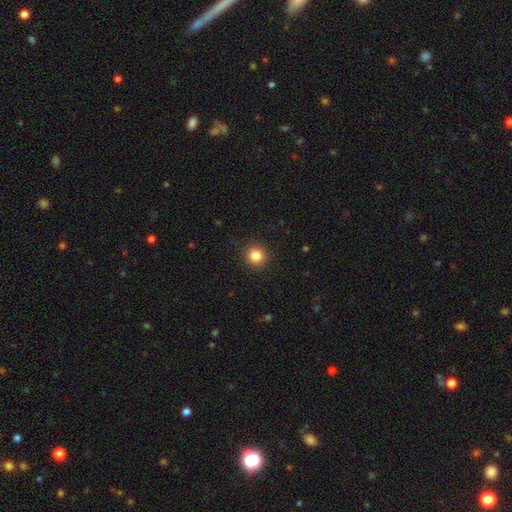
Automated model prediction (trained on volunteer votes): Overall: smooth (84%). How rounded: round (93%). Merging: none (91%).